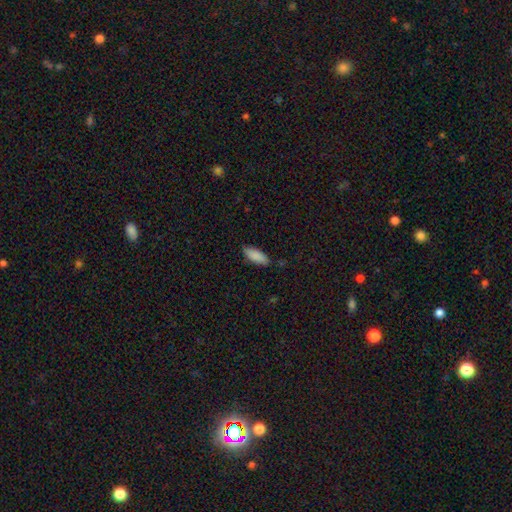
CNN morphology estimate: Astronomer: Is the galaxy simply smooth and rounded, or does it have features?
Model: smooth — 88%.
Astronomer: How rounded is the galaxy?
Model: in between — 73%.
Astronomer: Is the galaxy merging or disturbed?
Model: none — 81%.